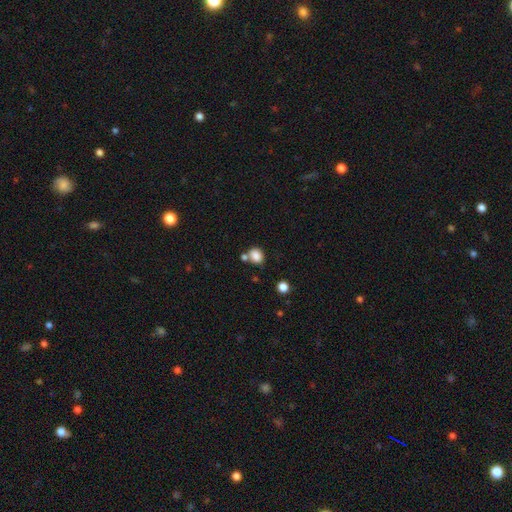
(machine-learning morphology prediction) This appears to be a smooth galaxy with no disk features (84%) that is round (51%). Merging: none (58%).